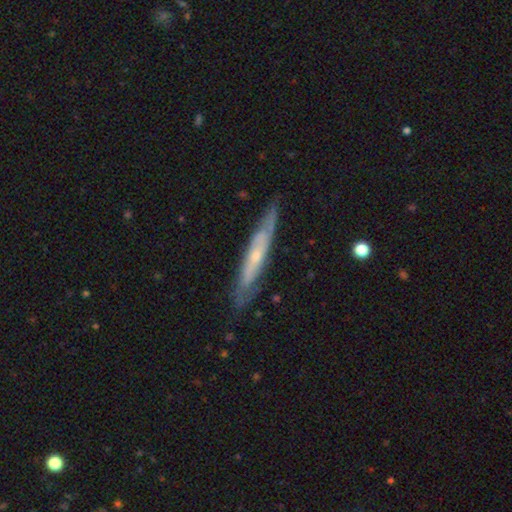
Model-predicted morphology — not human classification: A featured or disk galaxy (70%) viewed edge-on (68%).

Vote fractions:
- Smooth or featured? featured or disk: 70% / smooth: 25% / star or artifact: 6%
- Edge-on disk? yes: 68% / no: 32%
- Merging? none: 79% / minor disturbance: 16% / major disturbance: 3% / merger: 1%